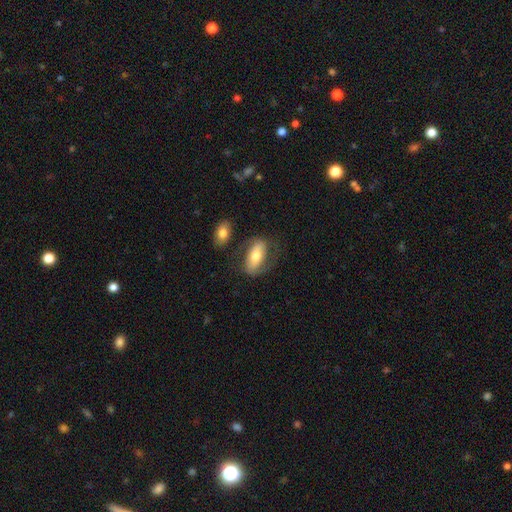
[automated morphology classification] type=smooth (57%); roundness=in between (87%); merging=none (60%).